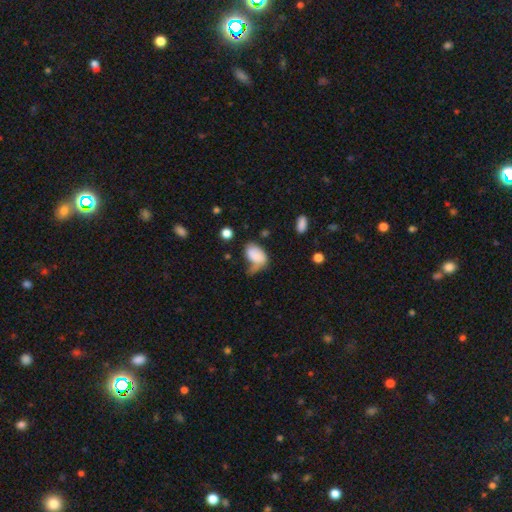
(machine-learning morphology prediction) Smooth or featured?
  - smooth: 79% *
  - featured or disk: 13%
  - star or artifact: 8%
How rounded?
  - in between: 90% *
  - round: 8%
  - cigar-shaped: 1%
Merging?
  - none: 31% *
  - minor disturbance: 29%
  - major disturbance: 28%
  - merger: 12%